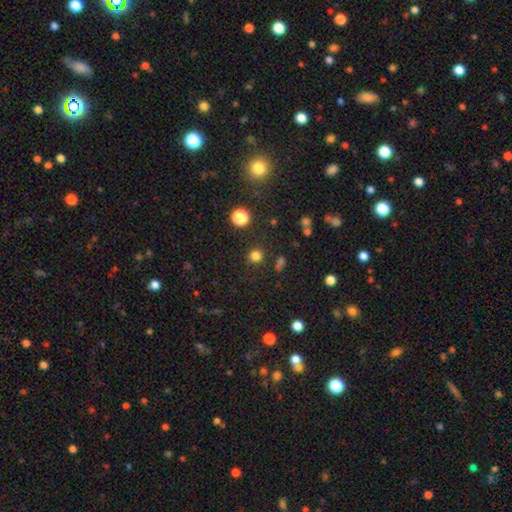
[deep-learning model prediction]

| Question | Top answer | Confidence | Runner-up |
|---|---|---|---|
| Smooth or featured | smooth | 79% | star or artifact (17%) |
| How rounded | round | 90% | in between (9%) |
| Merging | none | 87% | minor disturbance (7%) |